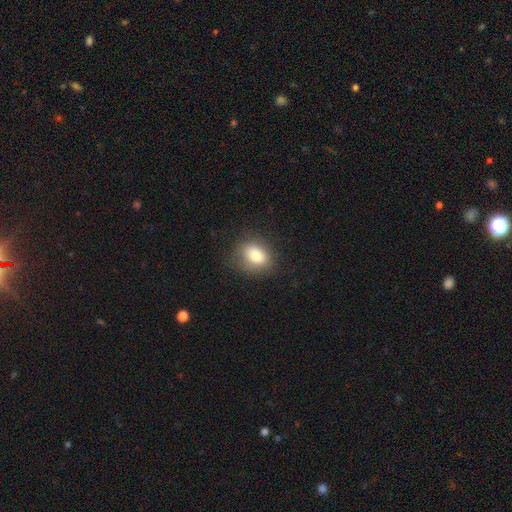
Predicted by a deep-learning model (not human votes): Smooth or featured: smooth — 79% (featured or disk — 12%)
How rounded: in between — 60% (round — 39%)
Merging: none — 75% (minor disturbance — 17%)